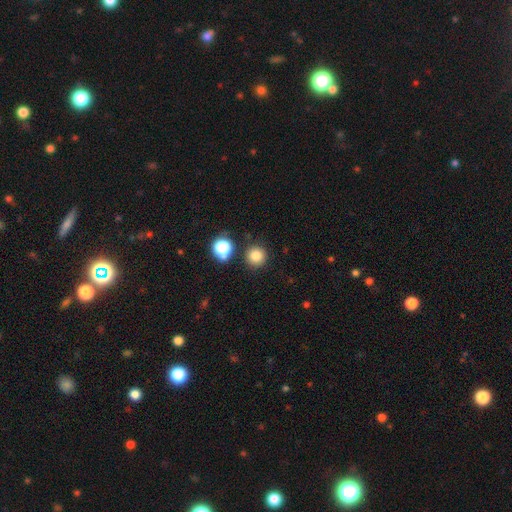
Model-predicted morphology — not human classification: Smooth or featured? smooth (80%)
How rounded? round (94%)
Merging? none (85%)